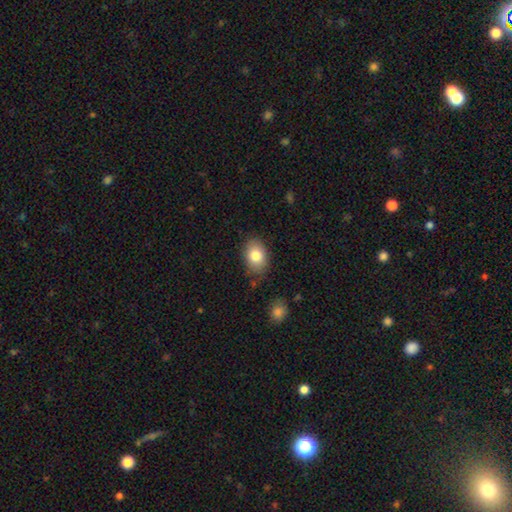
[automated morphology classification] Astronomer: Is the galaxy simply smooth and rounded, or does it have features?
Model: smooth — 81%.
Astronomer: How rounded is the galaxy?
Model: in between — 81%.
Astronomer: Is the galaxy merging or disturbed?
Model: none — 82%.